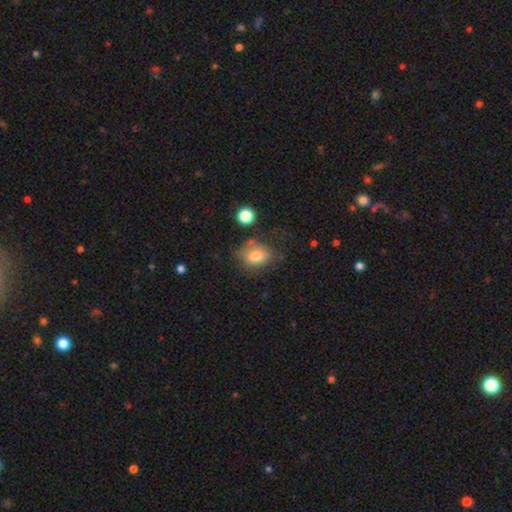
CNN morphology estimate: Smooth or featured? smooth (76%)
How rounded? in between (58%)
Merging? none (56%)